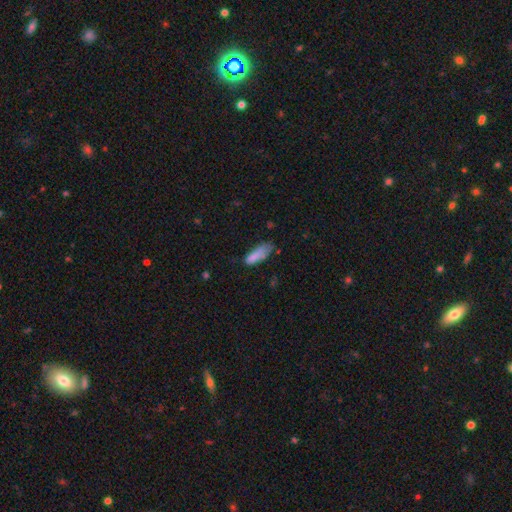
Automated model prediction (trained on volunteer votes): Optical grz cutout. It shows a smooth galaxy with no disk features (79%) that is in between round and cigar-shaped (59%). Merging: minor disturbance (36%).